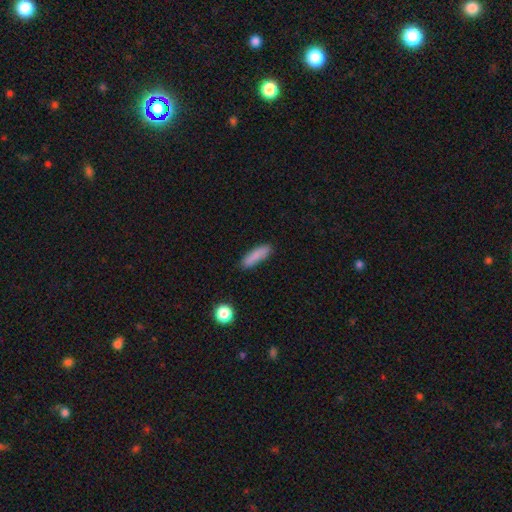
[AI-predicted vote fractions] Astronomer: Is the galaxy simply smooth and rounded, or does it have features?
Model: smooth — 86%.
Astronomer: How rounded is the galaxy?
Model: cigar-shaped — 65%.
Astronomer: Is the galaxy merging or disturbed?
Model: none — 83%.